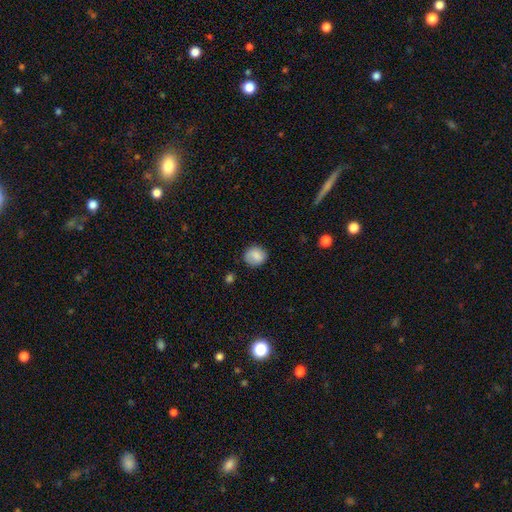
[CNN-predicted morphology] This is likely a smooth galaxy (79%). How rounded: likely round (79%). Merging: likely none (78%).